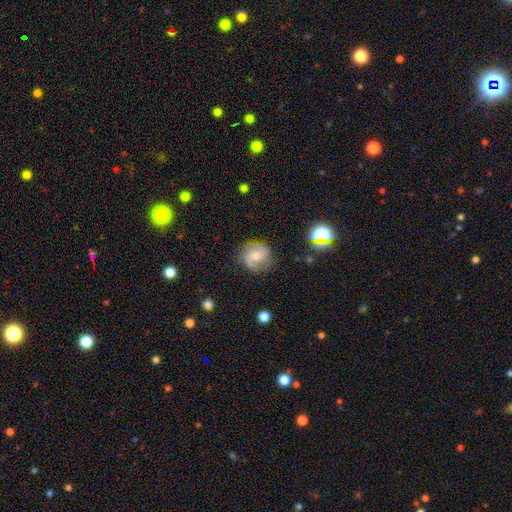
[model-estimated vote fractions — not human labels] A featured or disk galaxy (62%) with no bar (61%), 2 (78%) medium (47%) spiral arms (89%) and a moderate central bulge (64%).

Vote fractions:
- Smooth or featured? featured or disk: 62% / smooth: 28% / star or artifact: 9%
- Edge-on disk? no: 97% / yes: 3%
- Bar? no: 61% / weak: 32% / strong: 7%
- Spiral arms? yes: 89% / no: 11%
- Spiral winding? medium: 47% / tight: 31% / loose: 23%
- Spiral arm count? 2: 78% / can't tell: 11% / 1: 4% / 3: 4% / 4: 1% / more than 4: 1%
- Bulge size? moderate: 64% / small: 31% / large: 3% / none: 2% / dominant: 1%
- Merging? none: 74% / minor disturbance: 19% / major disturbance: 6% / merger: 1%